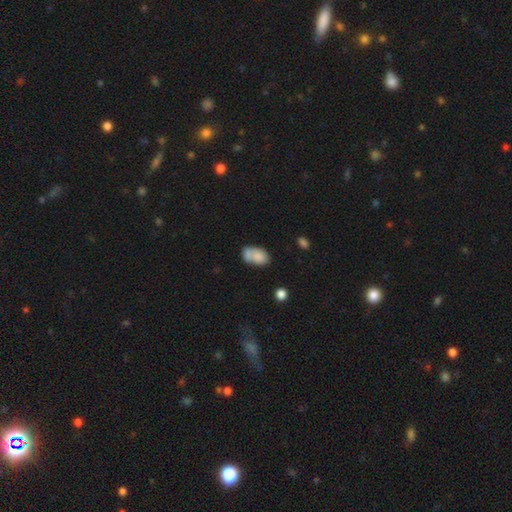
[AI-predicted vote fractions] smooth-or-featured: smooth: 77% | featured or disk: 15% | star or artifact: 8%
  how-rounded: in between: 85% | round: 14% | cigar-shaped: 1%
  merging: merger: 37% | none: 34% | minor disturbance: 20% | major disturbance: 9%